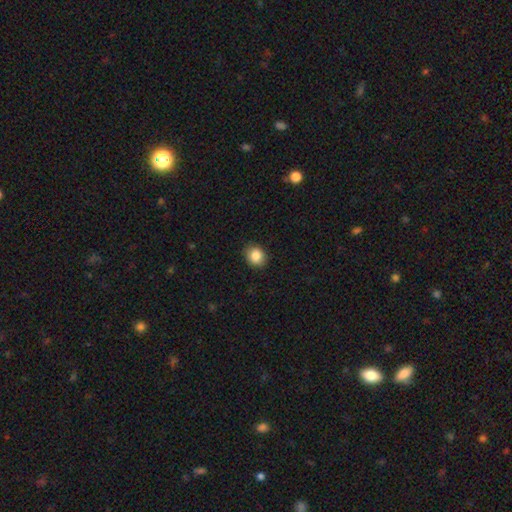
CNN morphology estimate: Smooth or featured?
  - smooth: 86% *
  - star or artifact: 9%
  - featured or disk: 5%
How rounded?
  - round: 66% *
  - in between: 33%
  - cigar-shaped: 1%
Merging?
  - none: 88% *
  - minor disturbance: 9%
  - major disturbance: 2%
  - merger: 1%